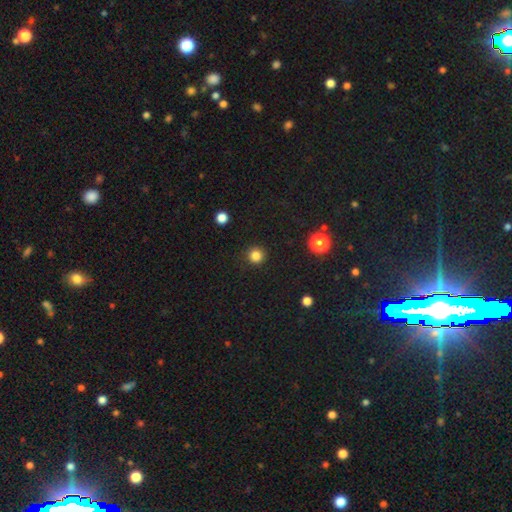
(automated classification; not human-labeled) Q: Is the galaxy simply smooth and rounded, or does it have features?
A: smooth — 83%.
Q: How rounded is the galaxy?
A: round — 94%.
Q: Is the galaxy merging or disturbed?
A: none — 91%.